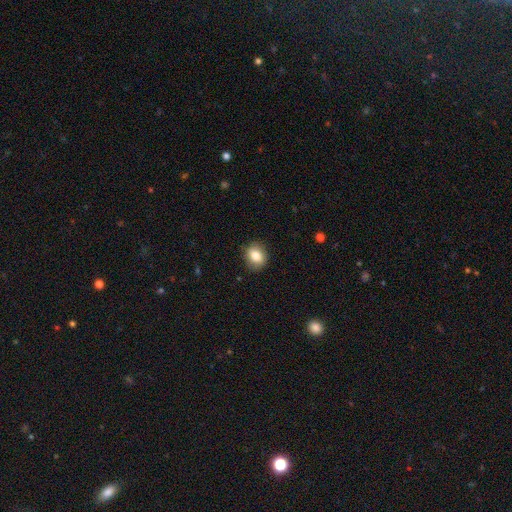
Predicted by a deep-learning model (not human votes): Morphology: type=smooth (81%); roundness=round (53%); merging=none (85%).